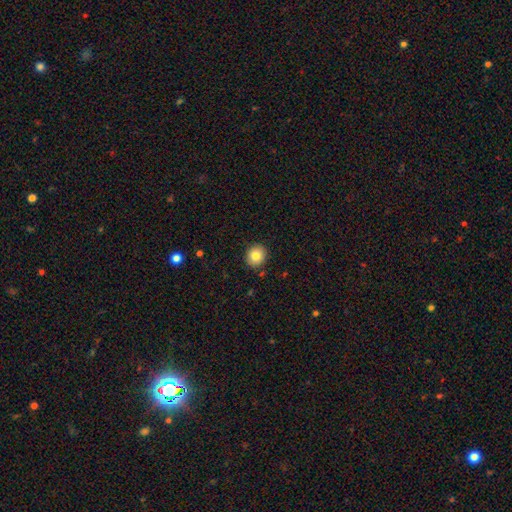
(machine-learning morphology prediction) smooth-or-featured: smooth: 82% | star or artifact: 9% | featured or disk: 8%
  how-rounded: round: 83% | in between: 17% | cigar-shaped: 1%
  merging: none: 90% | minor disturbance: 7% | major disturbance: 2% | merger: 1%